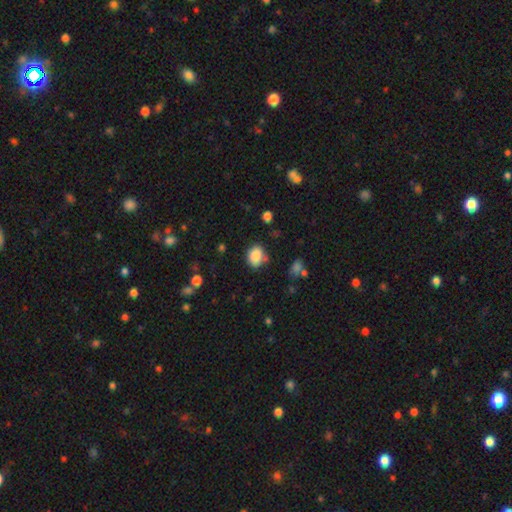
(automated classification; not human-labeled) Smooth or featured? Predicted: smooth (p=0.86). How rounded? Predicted: in between (p=0.58). Merging? Predicted: none (p=0.72).